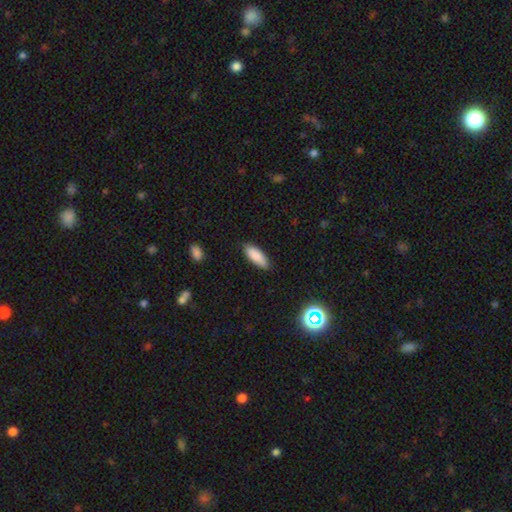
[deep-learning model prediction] This is clearly a smooth galaxy (87%). How rounded: likely in between (70%). Merging: clearly none (83%).